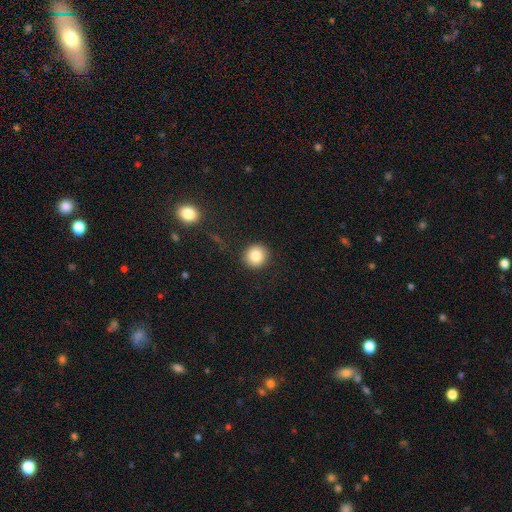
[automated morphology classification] Q: Smooth or featured?
A: smooth (83%); runner-up: star or artifact (10%)
Q: How rounded?
A: round (92%); runner-up: in between (7%)
Q: Merging?
A: none (90%); runner-up: minor disturbance (6%)